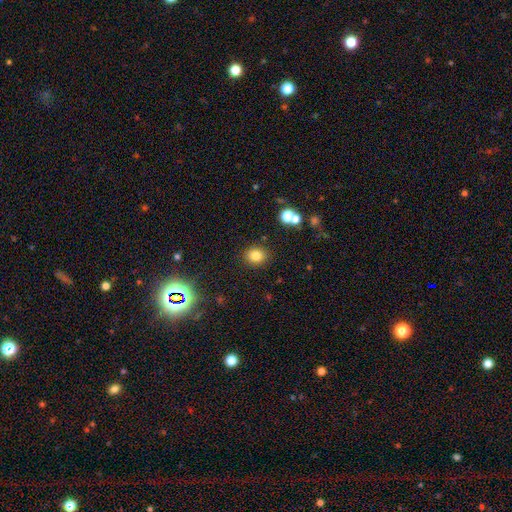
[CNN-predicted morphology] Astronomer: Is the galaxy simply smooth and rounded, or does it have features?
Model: smooth — 80%.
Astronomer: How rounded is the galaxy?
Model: round — 73%.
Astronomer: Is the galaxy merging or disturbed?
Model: none — 87%.